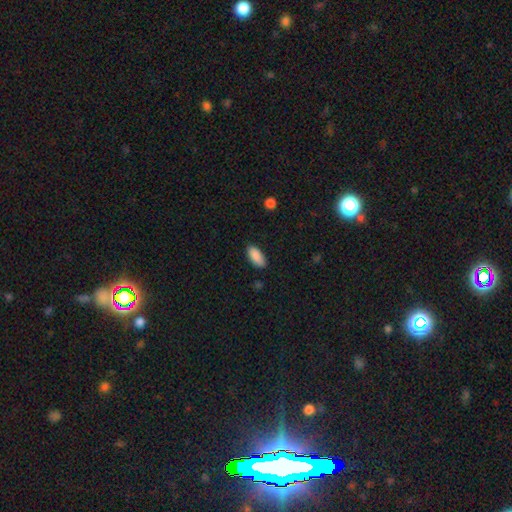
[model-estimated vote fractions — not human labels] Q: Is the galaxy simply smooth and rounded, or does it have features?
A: smooth — 89%.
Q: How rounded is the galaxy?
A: in between — 90%.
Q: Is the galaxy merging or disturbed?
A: none — 85%.